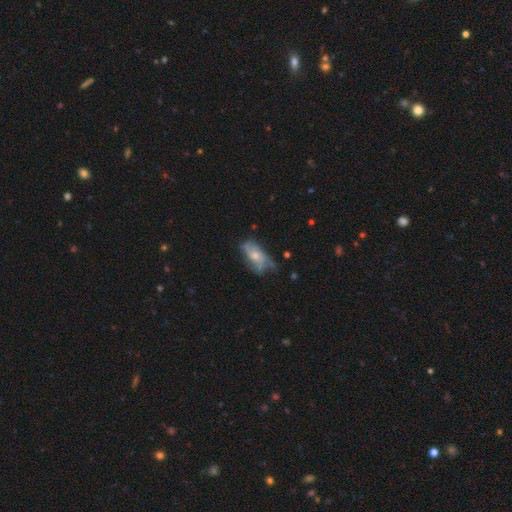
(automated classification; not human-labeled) This is possibly a featured or disk galaxy (48%). Merging: marginally none (45%).